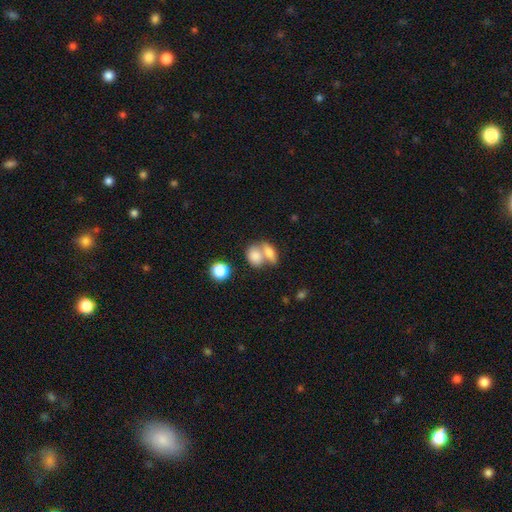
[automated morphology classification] type=smooth (79%); roundness=in between (68%); merging=merger (61%).